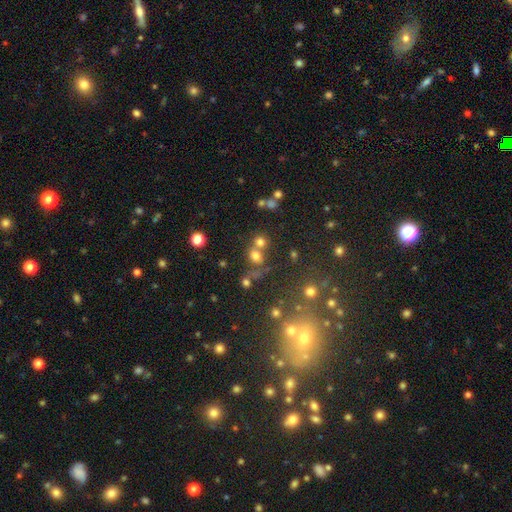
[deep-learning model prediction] This is likely a smooth galaxy (67%). How rounded: likely round (74%). Merging: possibly none (47%).